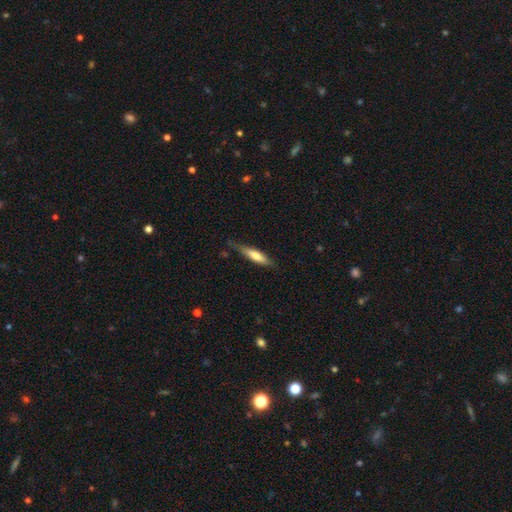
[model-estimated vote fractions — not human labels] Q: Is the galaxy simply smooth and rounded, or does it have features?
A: smooth — 60%.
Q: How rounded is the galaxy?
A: cigar-shaped — 78%.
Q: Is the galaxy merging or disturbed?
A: none — 72%.